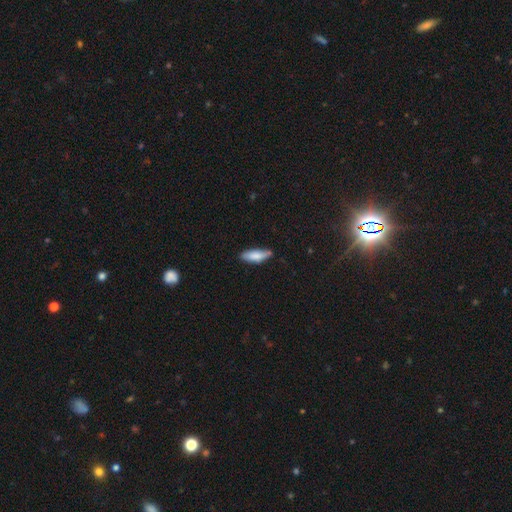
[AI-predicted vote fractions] Smooth or featured: smooth — 78% (featured or disk — 15%)
How rounded: in between — 55% (cigar-shaped — 43%)
Merging: none — 66% (minor disturbance — 27%)